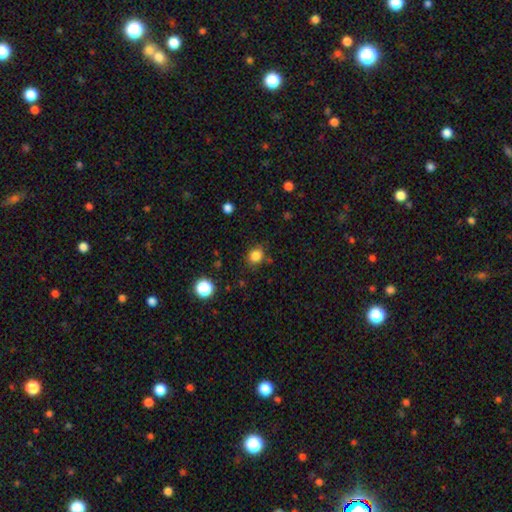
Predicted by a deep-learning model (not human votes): Smooth or featured: smooth — 83% (star or artifact — 13%)
How rounded: round — 73% (in between — 26%)
Merging: none — 79% (minor disturbance — 14%)